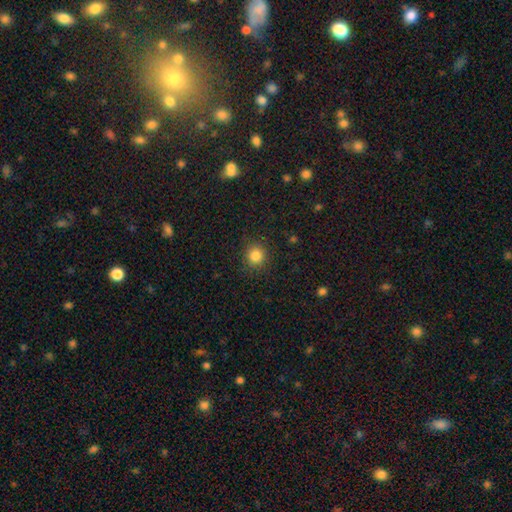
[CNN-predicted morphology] Smooth or featured? Predicted: smooth (p=0.84). How rounded? Predicted: round (p=0.90). Merging? Predicted: none (p=0.88).